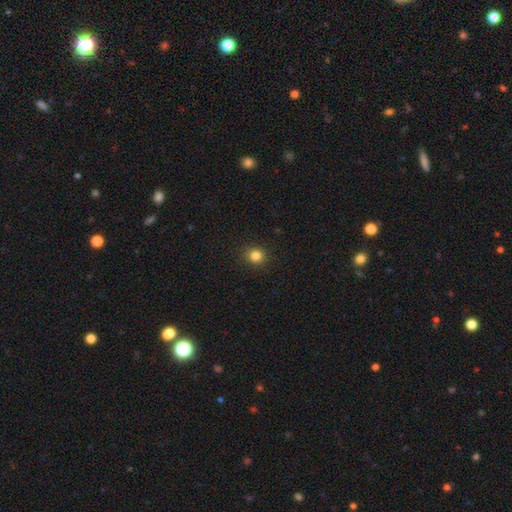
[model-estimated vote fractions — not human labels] Morphology: type=smooth (83%); roundness=round (86%); merging=none (91%).